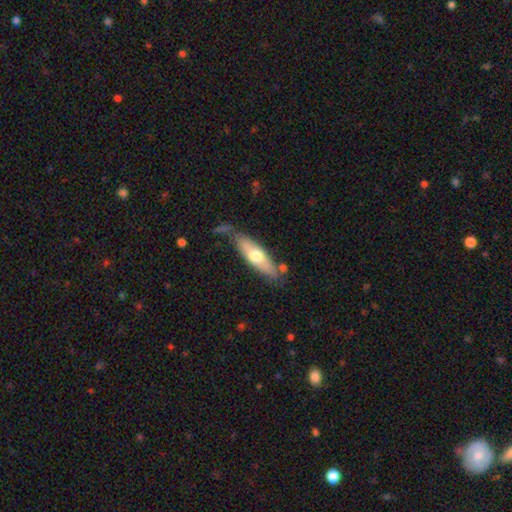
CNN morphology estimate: A smooth galaxy with no disk features (54%) that is cigar-shaped (56%). Merging: none (66%).